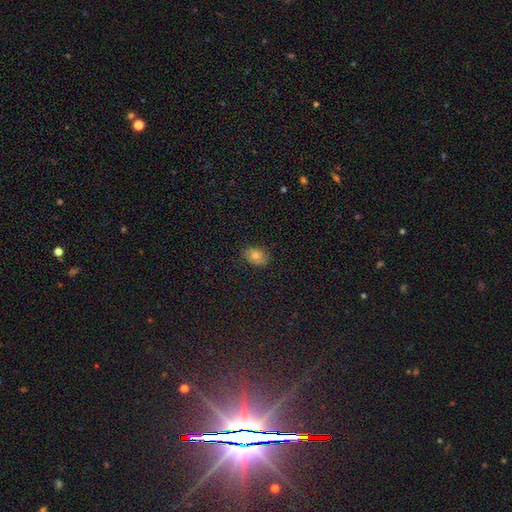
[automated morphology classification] Q: Smooth or featured?
A: smooth (76%); runner-up: featured or disk (13%)
Q: How rounded?
A: in between (79%); runner-up: round (19%)
Q: Merging?
A: none (77%); runner-up: minor disturbance (18%)